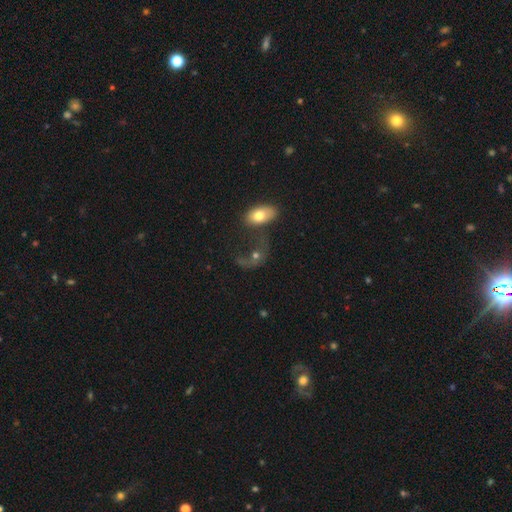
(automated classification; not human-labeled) A smooth galaxy with no disk features (55%) that is in between round and cigar-shaped (67%). Merging: major disturbance (34%, tied with merger).